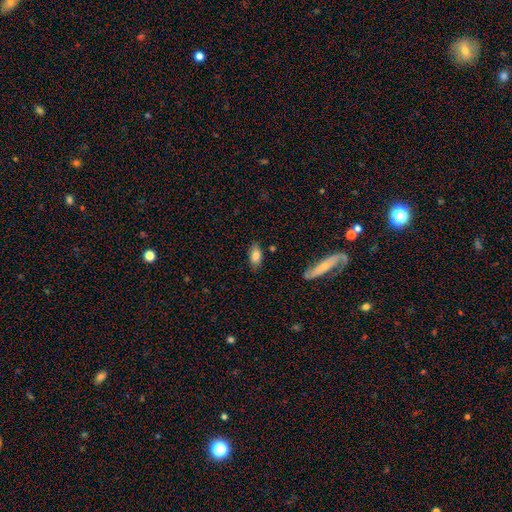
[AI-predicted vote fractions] smooth-or-featured: smooth: 82% | featured or disk: 11% | star or artifact: 7%
  how-rounded: in between: 87% | cigar-shaped: 9% | round: 4%
  merging: none: 80% | minor disturbance: 14% | major disturbance: 3% | merger: 3%